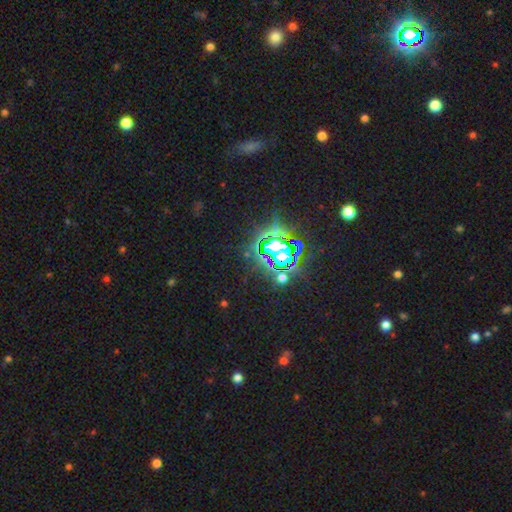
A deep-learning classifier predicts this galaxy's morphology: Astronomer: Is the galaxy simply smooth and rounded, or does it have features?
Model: star or artifact — 81%.